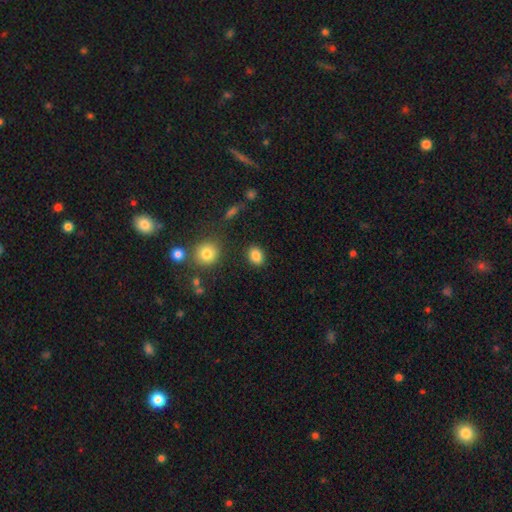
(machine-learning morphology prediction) smooth_or_featured: smooth (p=0.86) [alt: star or artifact p=0.10]
how_rounded: in between (p=0.59) [alt: round p=0.40]
merging: none (p=0.86) [alt: minor disturbance p=0.08]